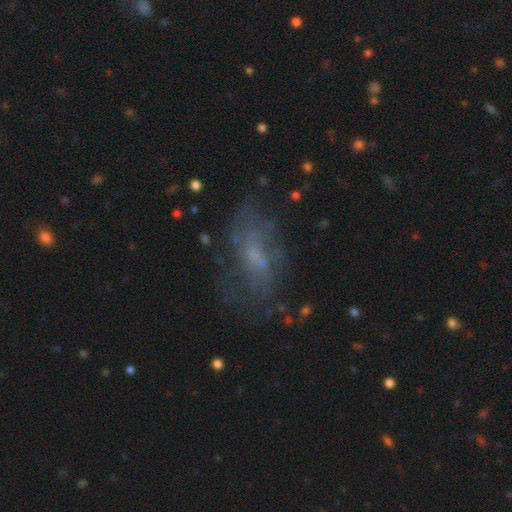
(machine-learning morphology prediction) This appears to be a featured or disk galaxy (50%). Merging: none (59%).